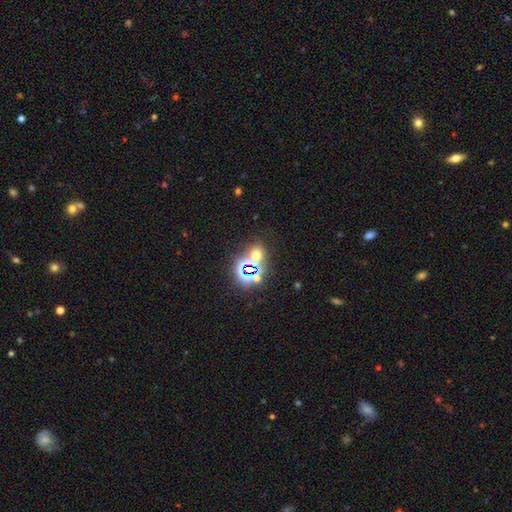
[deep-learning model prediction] star or artifact 49%, smooth 41%, featured or disk 10%.